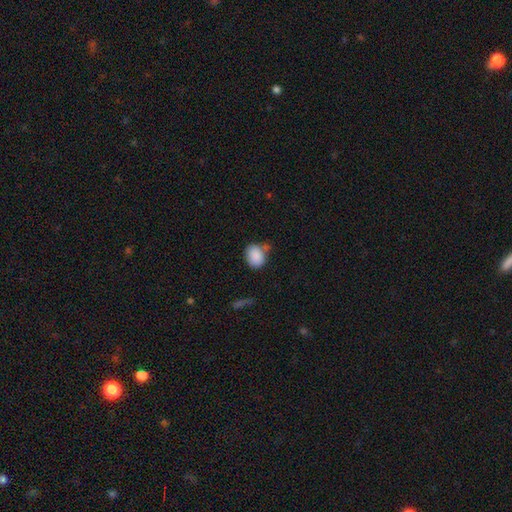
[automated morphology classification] Q: Smooth or featured?
A: smooth (88%); runner-up: star or artifact (8%)
Q: How rounded?
A: in between (54%); runner-up: round (45%)
Q: Merging?
A: none (58%); runner-up: minor disturbance (23%)